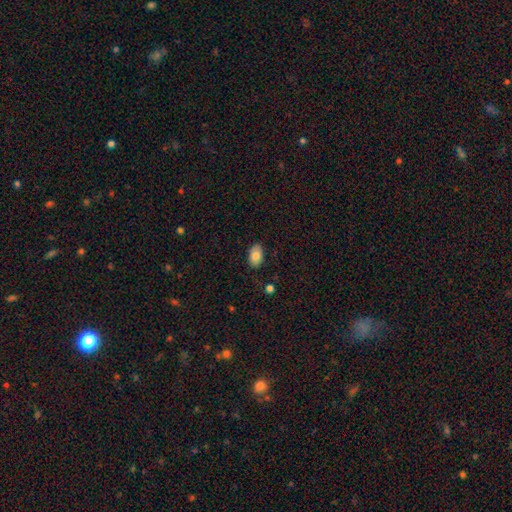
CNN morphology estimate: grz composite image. It shows a smooth galaxy with no disk features (80%) that is in between round and cigar-shaped (92%). Merging: none (85%).